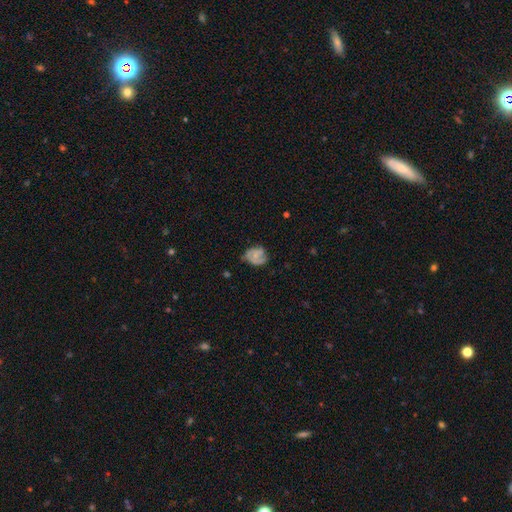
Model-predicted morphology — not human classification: Smooth or featured? Predicted: featured or disk (p=0.51). Edge-on disk? Predicted: no (p=0.97). Merging? Predicted: none (p=0.53).